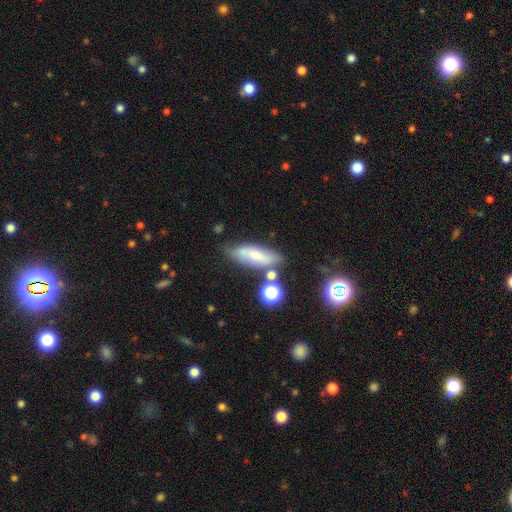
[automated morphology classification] Q: Smooth or featured?
A: smooth (54%); runner-up: featured or disk (36%)
Q: How rounded?
A: in between (57%); runner-up: cigar-shaped (39%)
Q: Merging?
A: none (64%); runner-up: minor disturbance (20%)